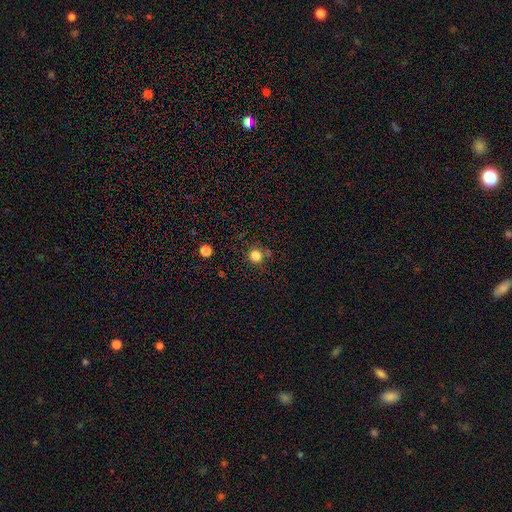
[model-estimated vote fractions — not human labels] smooth 82%, star or artifact 14%, featured or disk 5%. Down the decision tree: how rounded — round (92%); merging — none (78%).